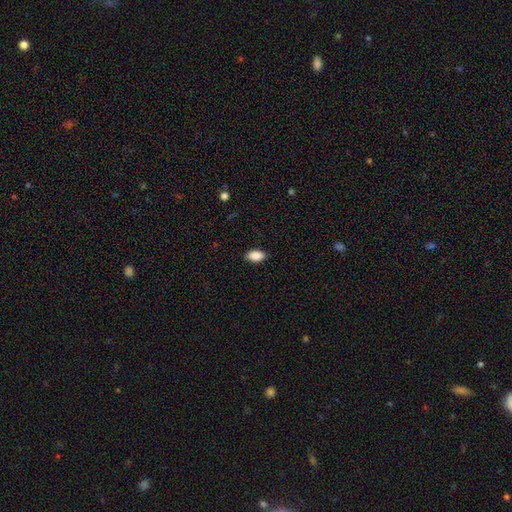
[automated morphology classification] Q: Smooth or featured?
A: smooth (89%); runner-up: star or artifact (7%)
Q: How rounded?
A: in between (93%); runner-up: round (4%)
Q: Merging?
A: none (88%); runner-up: minor disturbance (9%)